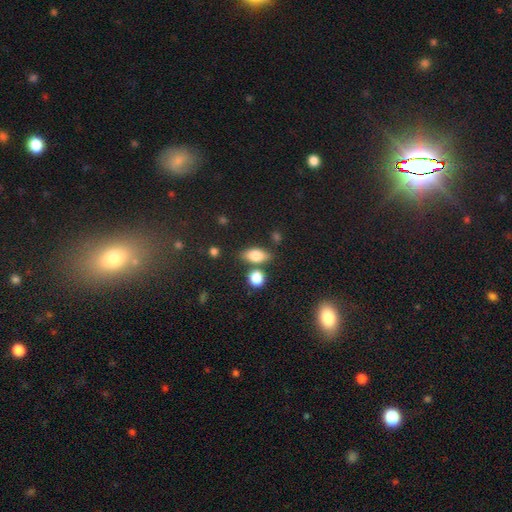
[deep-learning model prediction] Overall: smooth (76%). How rounded: in between (79%). Merging: none (71%).